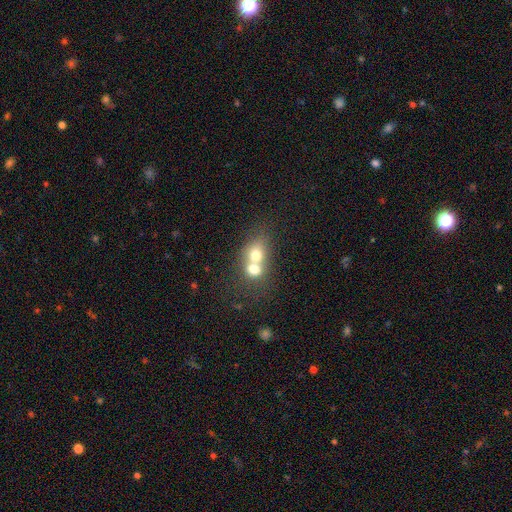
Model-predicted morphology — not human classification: Smooth or featured: smooth — 67% (featured or disk — 23%)
How rounded: round — 57% (in between — 41%)
Merging: merger — 74% (none — 18%)